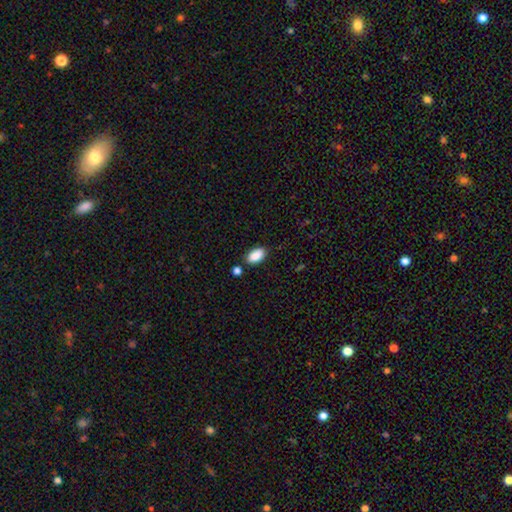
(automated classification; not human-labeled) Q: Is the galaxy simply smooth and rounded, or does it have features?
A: smooth — 89%.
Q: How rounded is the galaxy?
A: in between — 93%.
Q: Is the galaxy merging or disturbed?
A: none — 82%.